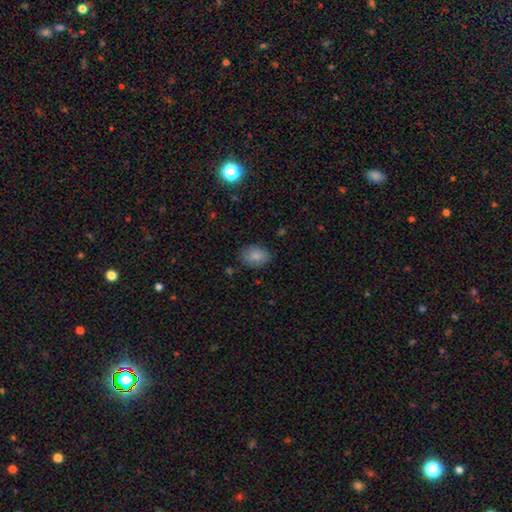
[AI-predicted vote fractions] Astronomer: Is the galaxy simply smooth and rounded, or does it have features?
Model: smooth — 87%.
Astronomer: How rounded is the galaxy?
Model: in between — 74%.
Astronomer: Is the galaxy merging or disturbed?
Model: none — 81%.